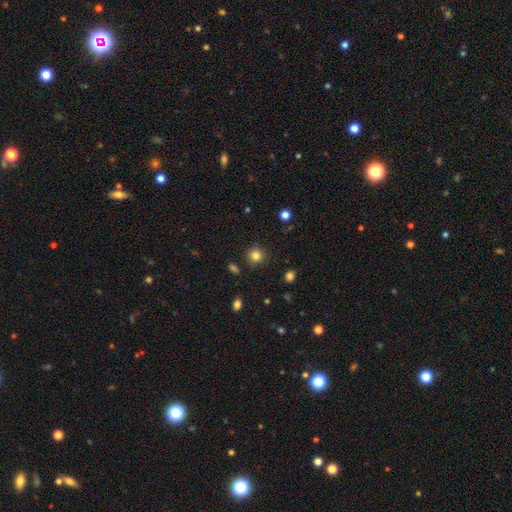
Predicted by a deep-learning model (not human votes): The model was most divided on "smooth or featured": smooth: 82%, star or artifact: 12%, featured or disk: 5%. More confident: how rounded — round (91%); merging — none (86%).